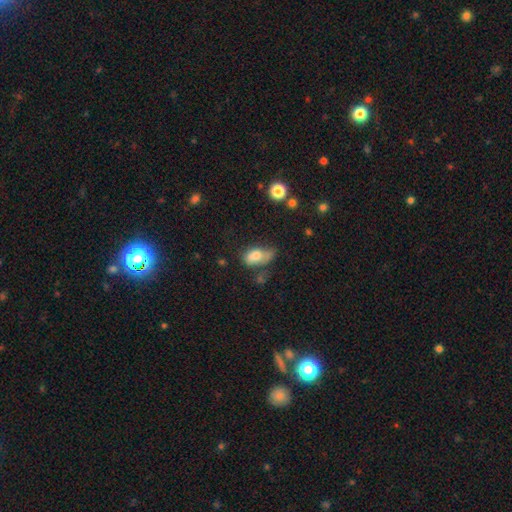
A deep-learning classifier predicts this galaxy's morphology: A smooth galaxy with no disk features (72%) that is in between round and cigar-shaped (88%).

Vote fractions:
- Smooth or featured? smooth: 72% / featured or disk: 19% / star or artifact: 9%
- How rounded? in between: 88% / round: 7% / cigar-shaped: 4%
- Merging? minor disturbance: 34% (tied) / none: 34% (tied) / major disturbance: 22% / merger: 10%